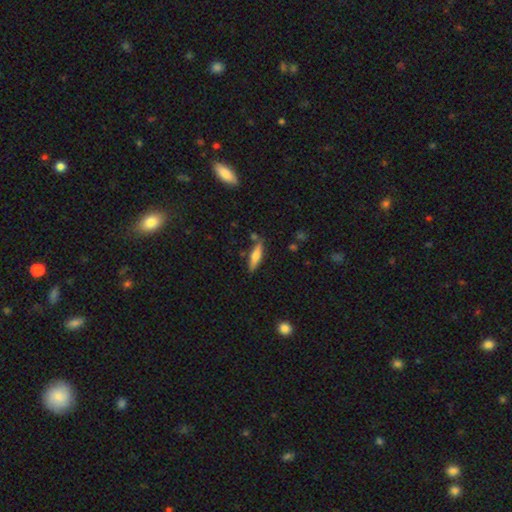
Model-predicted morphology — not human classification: smooth-or-featured: smooth: 63% | featured or disk: 31% | star or artifact: 6%
  how-rounded: cigar-shaped: 70% | in between: 29% | round: 2%
  merging: none: 79% | minor disturbance: 13% | merger: 5% | major disturbance: 3%